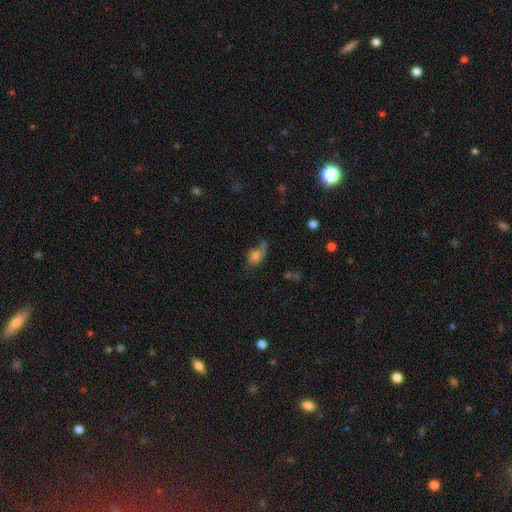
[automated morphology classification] Smooth or featured? Predicted: smooth (p=0.64). How rounded? Predicted: in between (p=0.75). Merging? Predicted: none (p=0.38).